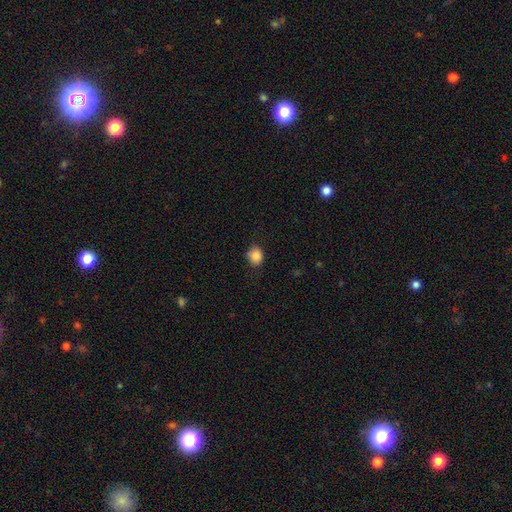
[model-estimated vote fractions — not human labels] A smooth galaxy with no disk features (85%) that is round (69%).

Vote fractions:
- Smooth or featured? smooth: 85% / star or artifact: 9% / featured or disk: 5%
- How rounded? round: 69% / in between: 30% / cigar-shaped: 1%
- Merging? none: 81% / minor disturbance: 15% / major disturbance: 3% / merger: 1%